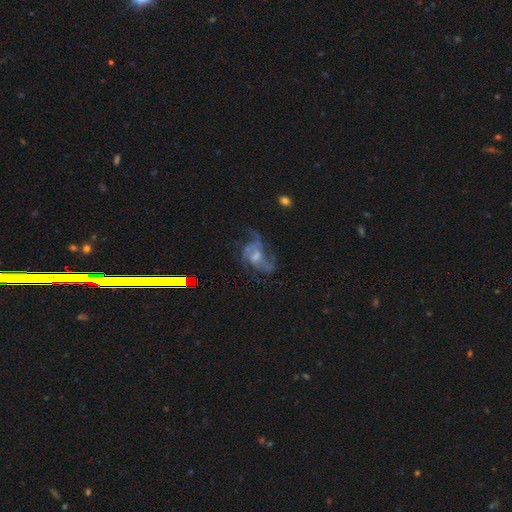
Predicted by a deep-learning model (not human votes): This appears to be a featured or disk galaxy (69%) with no bar (58%), spiral arms (70%) and a moderate central bulge (38%). Merging: major disturbance (39%).